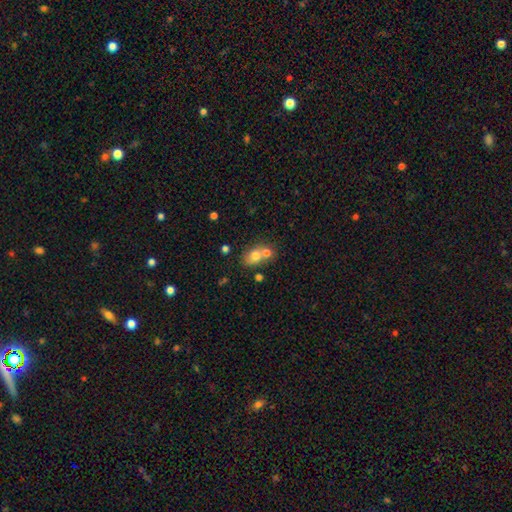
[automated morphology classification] smooth-or-featured: smooth: 71% | featured or disk: 18% | star or artifact: 11%
  how-rounded: in between: 55% | round: 44% | cigar-shaped: 1%
  merging: merger: 52% | none: 35% | minor disturbance: 9% | major disturbance: 4%